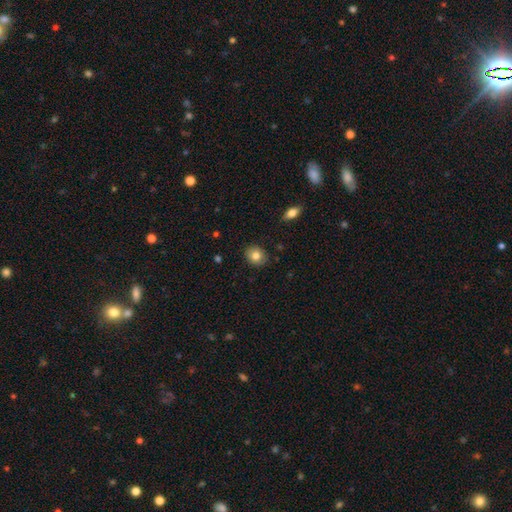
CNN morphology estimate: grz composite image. It shows a smooth galaxy with no disk features (81%) that is round (61%). Merging: none (88%).